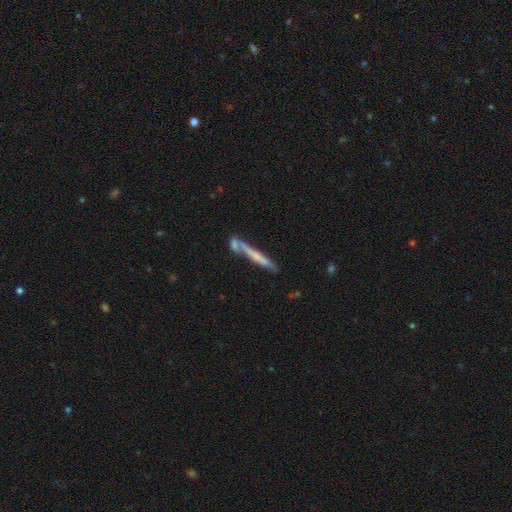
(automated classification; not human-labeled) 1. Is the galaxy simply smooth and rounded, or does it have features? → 47% featured or disk, 46% smooth, 7% star or artifact.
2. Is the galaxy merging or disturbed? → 62% none, 21% merger, 13% minor disturbance, 4% major disturbance.